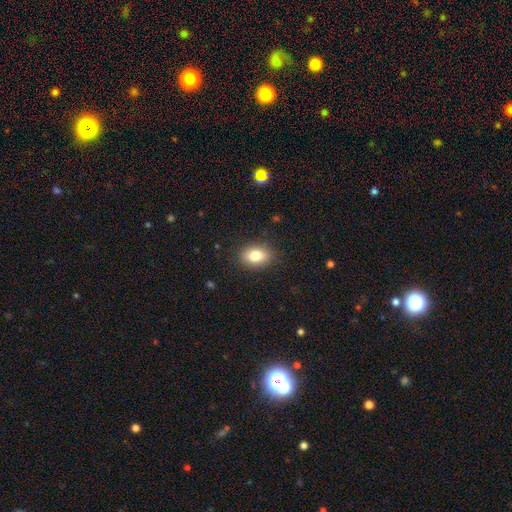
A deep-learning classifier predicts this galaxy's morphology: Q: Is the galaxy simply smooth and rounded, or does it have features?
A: smooth — 81%.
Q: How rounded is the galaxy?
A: in between — 81%.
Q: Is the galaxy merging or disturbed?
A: none — 86%.